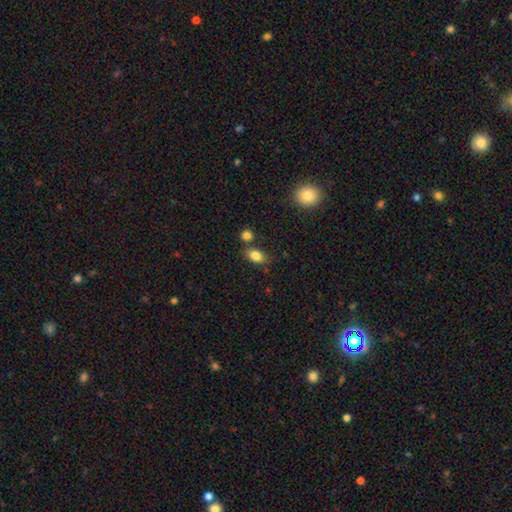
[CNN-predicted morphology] Smooth or featured?
  - smooth: 84% *
  - star or artifact: 9%
  - featured or disk: 7%
How rounded?
  - in between: 82% *
  - round: 16%
  - cigar-shaped: 2%
Merging?
  - none: 70% *
  - merger: 14%
  - minor disturbance: 13%
  - major disturbance: 3%